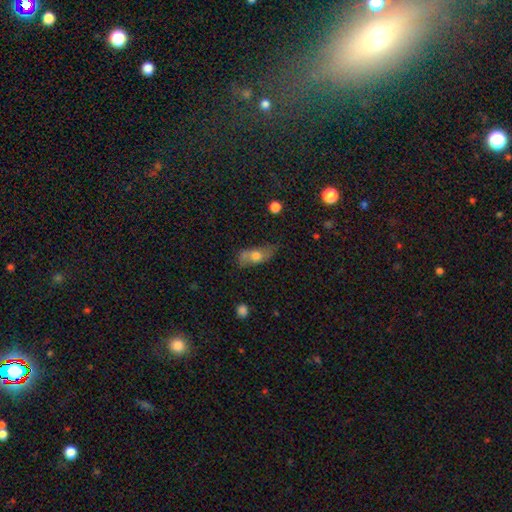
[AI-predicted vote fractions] Smooth or featured: smooth — 60% (featured or disk — 30%)
How rounded: in between — 74% (cigar-shaped — 16%)
Merging: none — 50% (minor disturbance — 27%)